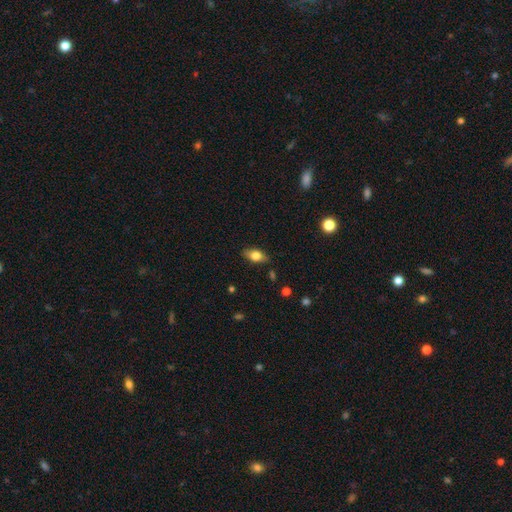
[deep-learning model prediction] smooth_or_featured: smooth (p=0.69) [alt: featured or disk p=0.23]
how_rounded: in between (p=0.83) [alt: cigar-shaped p=0.09]
merging: none (p=0.82) [alt: minor disturbance p=0.13]